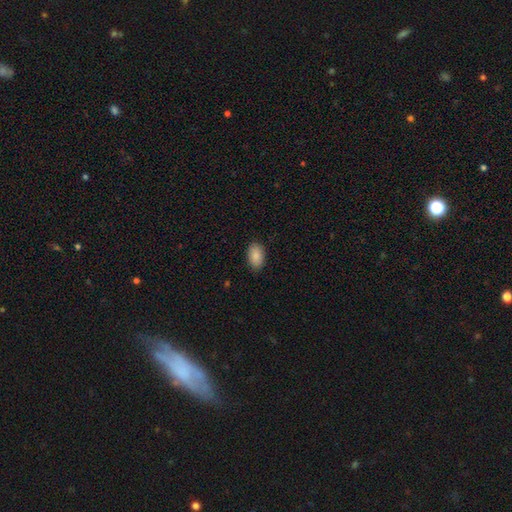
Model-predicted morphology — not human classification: The model was most divided on "merging": none: 88%, minor disturbance: 9%, major disturbance: 2%, merger: 1%. More confident: how rounded — in between (93%); smooth or featured — smooth (88%).